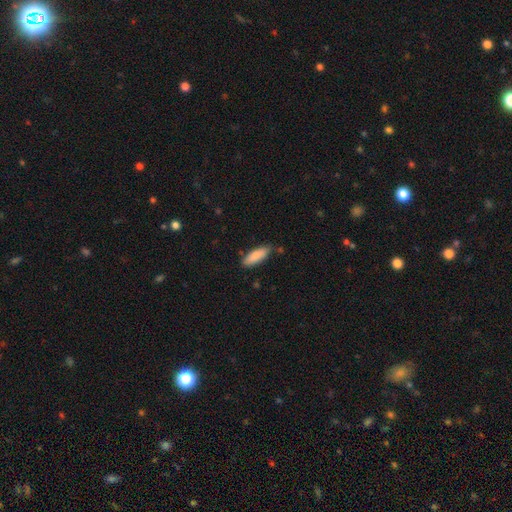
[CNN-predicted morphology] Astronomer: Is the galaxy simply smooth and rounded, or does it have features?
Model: smooth — 87%.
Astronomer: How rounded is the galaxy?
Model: in between — 58% (runner-up: cigar-shaped, 41%).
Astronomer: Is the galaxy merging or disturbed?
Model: none — 74%.